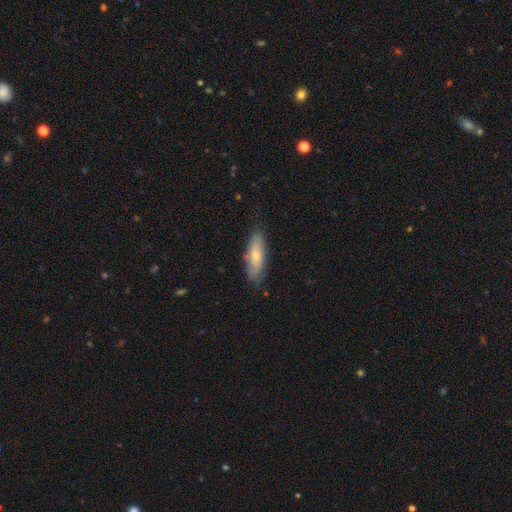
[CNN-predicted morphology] The model was most divided on "how rounded": in between: 51%, cigar-shaped: 47%, round: 2%. More confident: merging — none (79%); smooth or featured — smooth (72%).